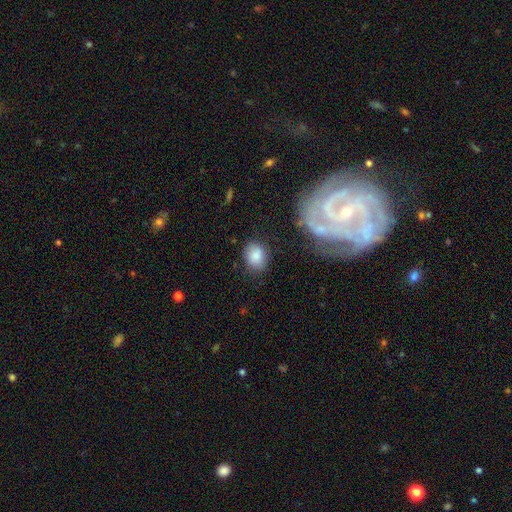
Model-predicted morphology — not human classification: This is clearly a smooth galaxy (85%). How rounded: possibly in between (51%). Merging: likely none (78%).